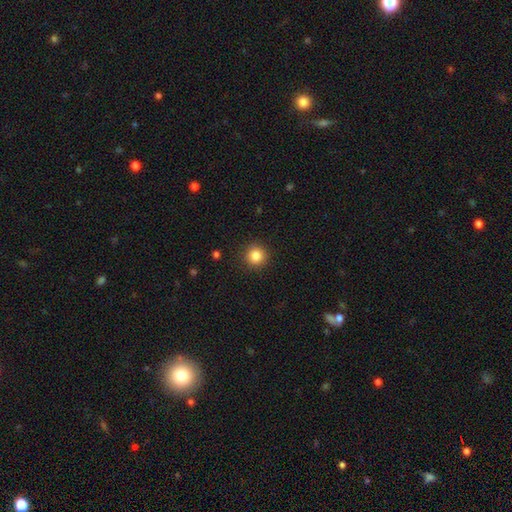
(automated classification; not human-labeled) A smooth galaxy with no disk features (85%) that is round (95%). Merging: none (92%).